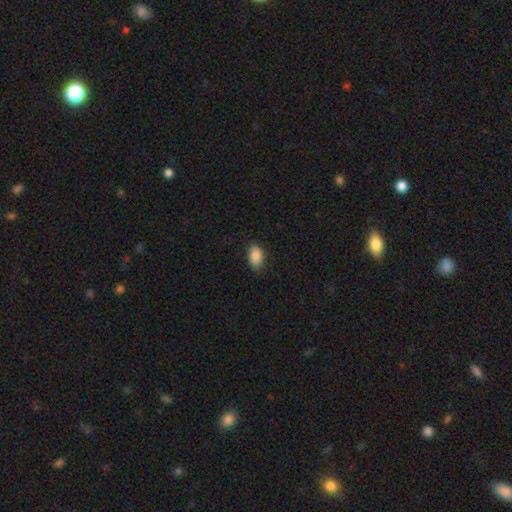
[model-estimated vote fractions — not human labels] Smooth or featured? Predicted: smooth (p=0.85). How rounded? Predicted: in between (p=0.90). Merging? Predicted: none (p=0.80).